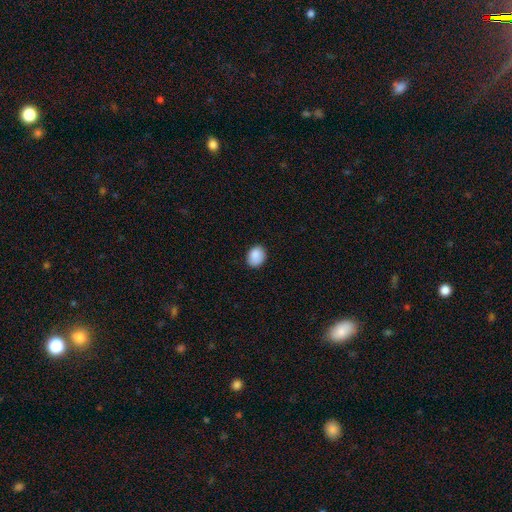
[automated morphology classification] type=smooth (89%); roundness=in between (53%); merging=none (85%).